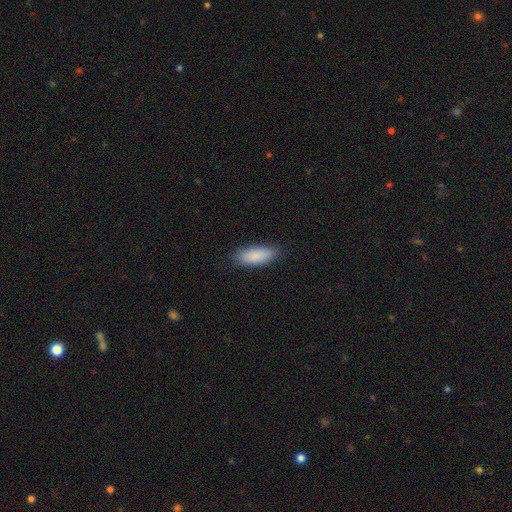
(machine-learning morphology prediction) smooth_or_featured: smooth (p=0.88) [alt: featured or disk p=0.06]
how_rounded: in between (p=0.72) [alt: cigar-shaped p=0.26]
merging: none (p=0.84) [alt: minor disturbance p=0.13]